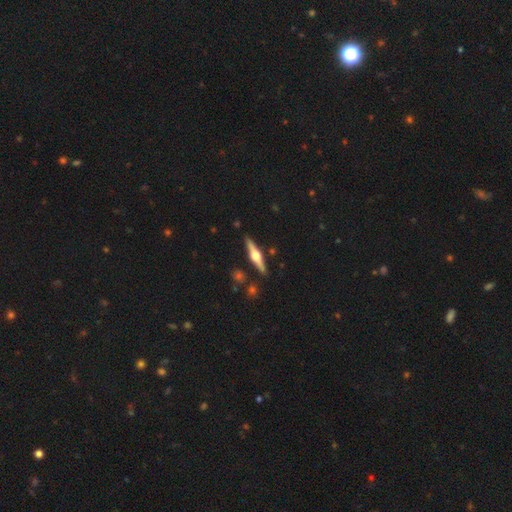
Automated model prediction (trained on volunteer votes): This appears to be a featured or disk galaxy (77%) viewed edge-on (98%) with a rounded central bulge (95%). Merging: none (89%).